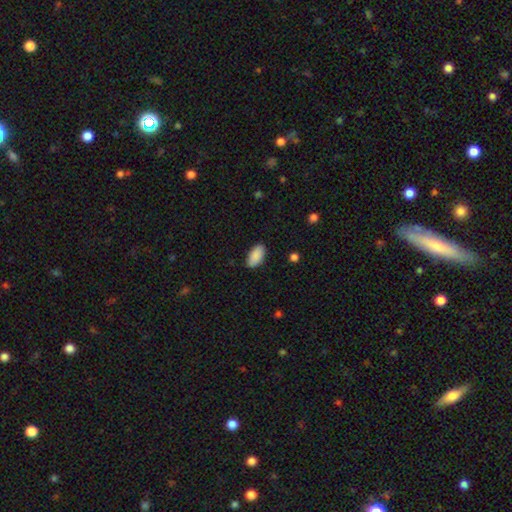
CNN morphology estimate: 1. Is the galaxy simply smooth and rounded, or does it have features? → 90% smooth, 6% star or artifact, 4% featured or disk.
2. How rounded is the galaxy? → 94% in between, 3% cigar-shaped, 2% round.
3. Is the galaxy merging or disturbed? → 87% none, 10% minor disturbance, 2% major disturbance, 1% merger.